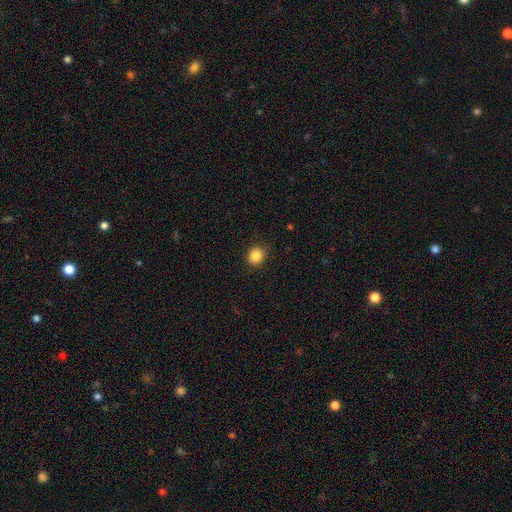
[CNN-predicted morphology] Overall: smooth (85%). How rounded: round (86%). Merging: none (88%).